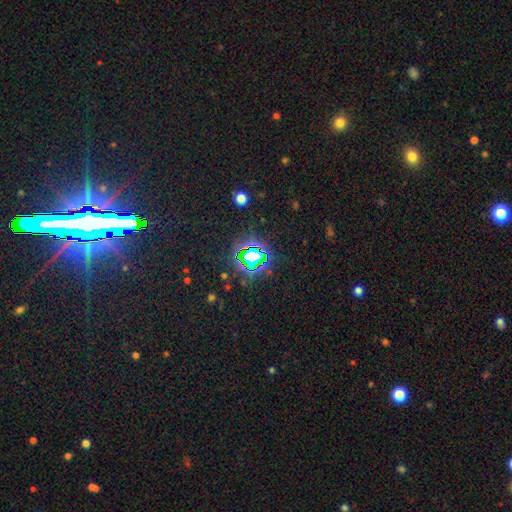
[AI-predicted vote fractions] Overall: star or artifact (74%).